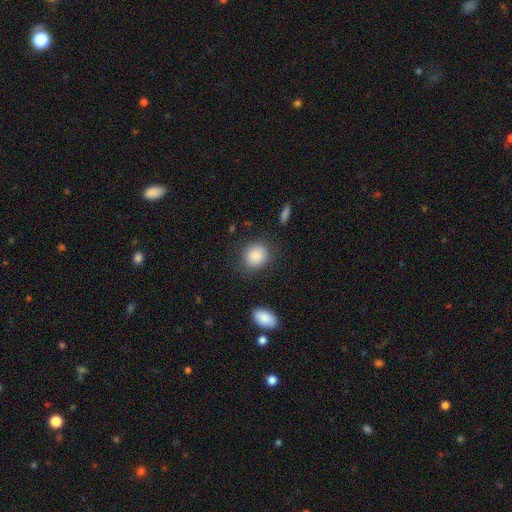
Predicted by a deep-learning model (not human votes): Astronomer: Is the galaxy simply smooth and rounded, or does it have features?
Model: smooth — 88%.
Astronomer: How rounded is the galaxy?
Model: round — 70%.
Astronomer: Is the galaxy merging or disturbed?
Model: none — 82%.